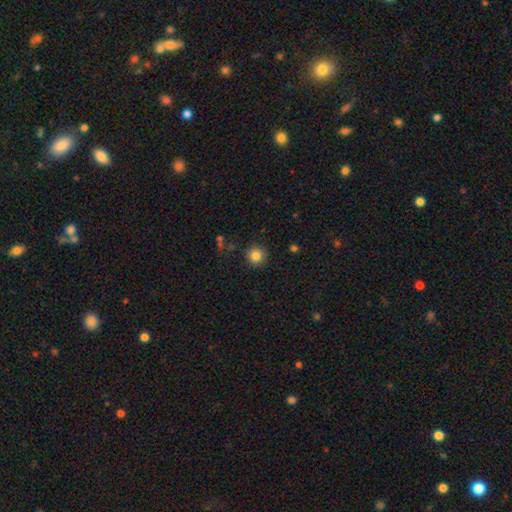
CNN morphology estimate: The model was most divided on "smooth or featured": smooth: 83%, star or artifact: 11%, featured or disk: 5%. More confident: how rounded — round (94%); merging — none (90%).